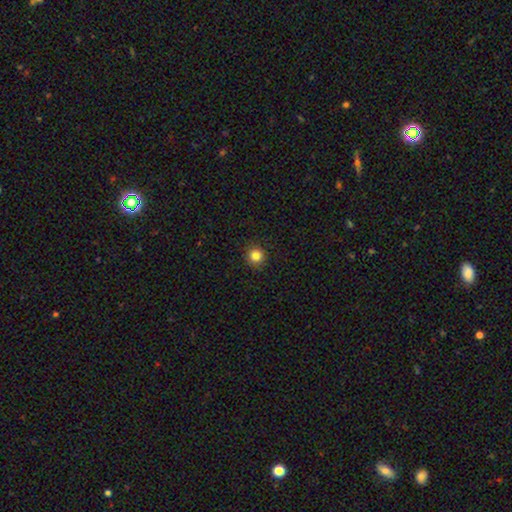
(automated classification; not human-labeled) smooth 83%, star or artifact 12%, featured or disk 5%. Down the decision tree: how rounded — round (93%); merging — none (92%).